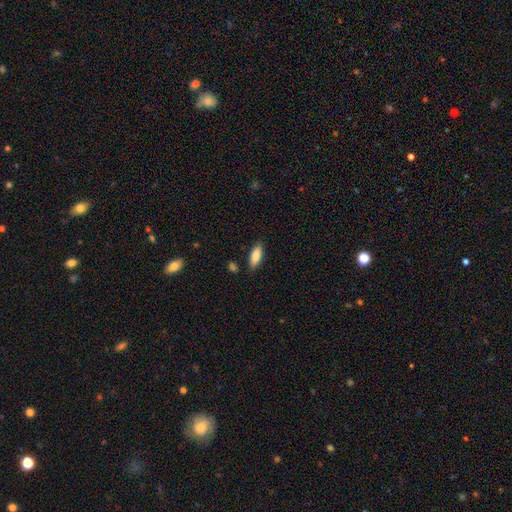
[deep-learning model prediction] Smooth or featured? smooth (82%)
How rounded? in between (74%)
Merging? none (85%)